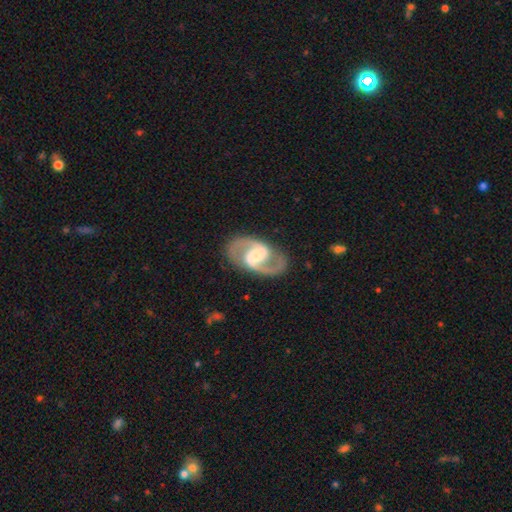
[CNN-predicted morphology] smooth_or_featured: featured or disk (p=0.90) [alt: smooth p=0.06]
disk_edge_on: no (p=0.98) [alt: yes p=0.02]
bar: weak (p=0.43) [alt: strong p=0.41]
has_spiral_arms: yes (p=0.97) [alt: no p=0.03]
spiral_winding: medium (p=0.60) [alt: loose p=0.24]
spiral_arm_count: 2 (p=0.94) [alt: can't tell p=0.02]
bulge_size: moderate (p=0.37) [alt: small p=0.30]
merging: none (p=0.85) [alt: minor disturbance p=0.10]